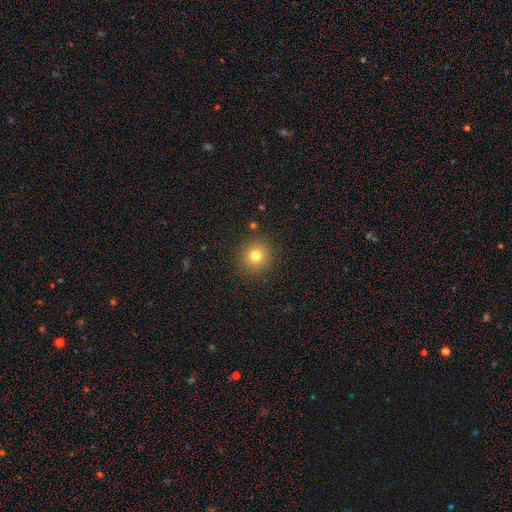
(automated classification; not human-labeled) This is likely a smooth galaxy (77%). How rounded: clearly round (92%). Merging: clearly none (89%).